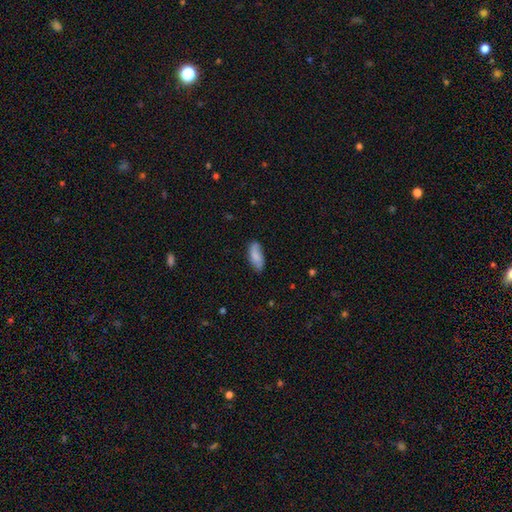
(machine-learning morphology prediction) Smooth or featured?
  - smooth: 74% *
  - featured or disk: 19%
  - star or artifact: 7%
How rounded?
  - in between: 82% *
  - cigar-shaped: 15%
  - round: 2%
Merging?
  - none: 76% *
  - minor disturbance: 19%
  - major disturbance: 4%
  - merger: 2%